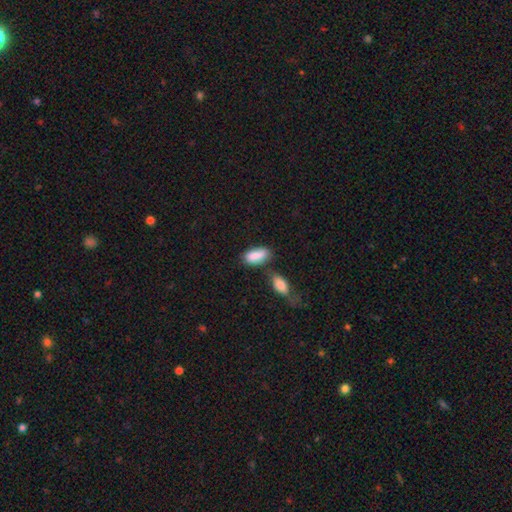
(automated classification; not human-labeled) smooth_or_featured: smooth (p=0.88) [alt: star or artifact p=0.06]
how_rounded: in between (p=0.88) [alt: cigar-shaped p=0.10]
merging: none (p=0.53) [alt: merger p=0.21]